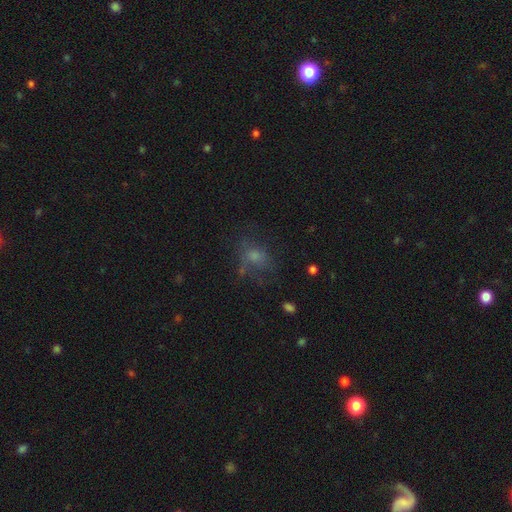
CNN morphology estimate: smooth_or_featured: smooth (p=0.42) [alt: star or artifact p=0.35]
merging: none (p=0.63) [alt: minor disturbance p=0.19]